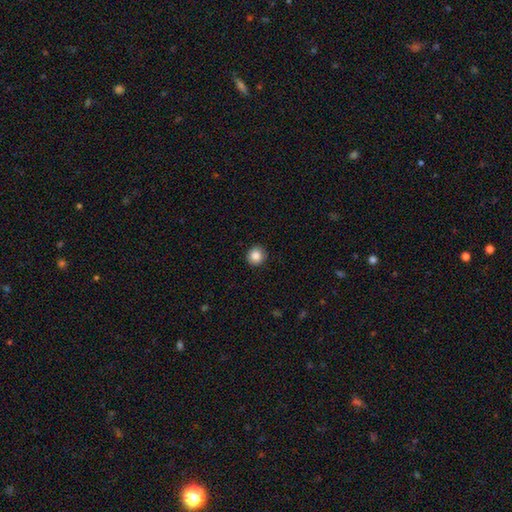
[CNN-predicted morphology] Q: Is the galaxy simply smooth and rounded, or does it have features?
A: smooth — 86%.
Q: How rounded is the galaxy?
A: round — 92%.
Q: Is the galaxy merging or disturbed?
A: none — 90%.